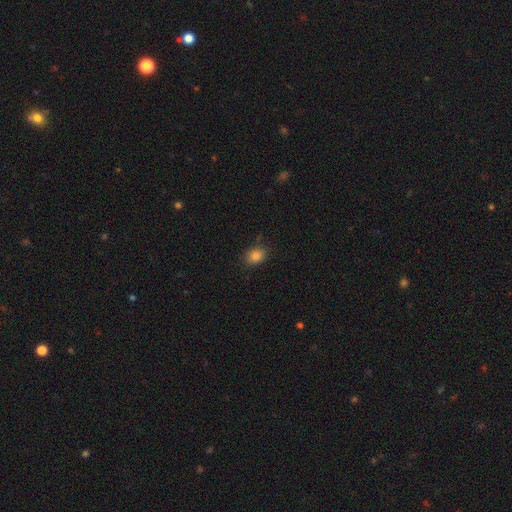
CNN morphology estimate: A smooth galaxy with no disk features (84%) that is in between round and cigar-shaped (54%). Merging: none (82%).